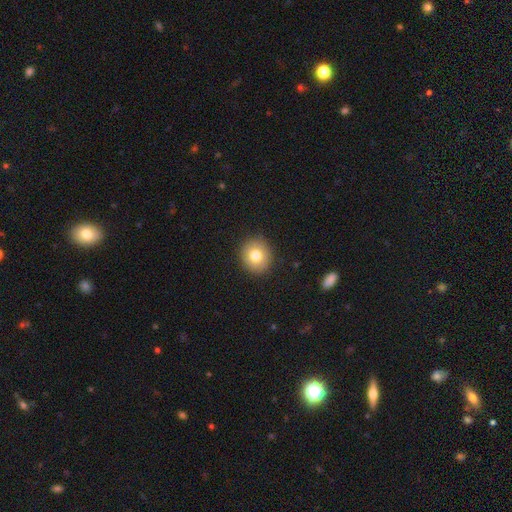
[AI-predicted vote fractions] smooth 78%, featured or disk 12%, star or artifact 10%. Down the decision tree: how rounded — round (85%); merging — none (91%).